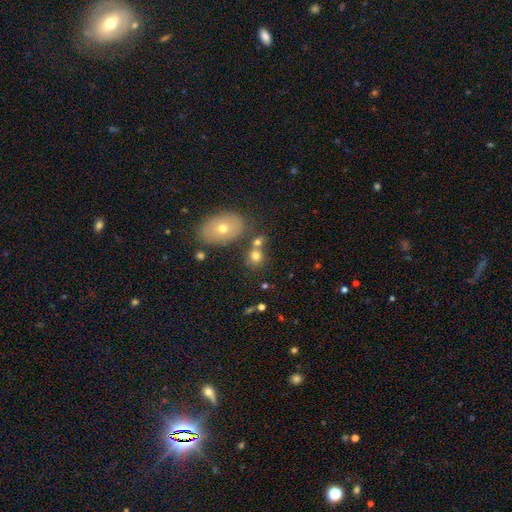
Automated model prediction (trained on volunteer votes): The model was most divided on "merging": none: 57%, merger: 28%, minor disturbance: 11%, major disturbance: 5%. More confident: smooth or featured — smooth (72%); how rounded — round (67%).